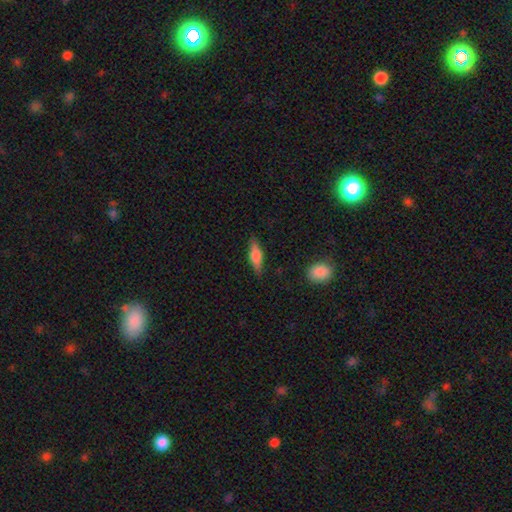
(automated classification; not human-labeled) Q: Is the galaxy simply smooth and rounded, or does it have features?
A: smooth — 62%.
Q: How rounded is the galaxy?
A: cigar-shaped — 53%.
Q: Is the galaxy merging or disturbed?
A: none — 84%.